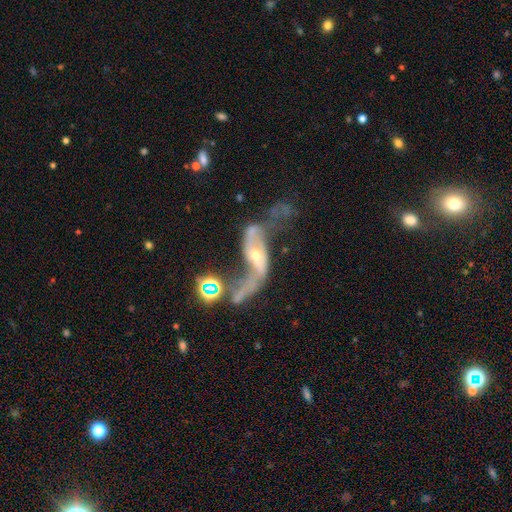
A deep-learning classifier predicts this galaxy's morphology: This appears to be a featured or disk galaxy (81%) with no bar (47%), 2 (83%) loose (84%) spiral arms (83%) and a small central bulge (58%). Merging: merger (32%).